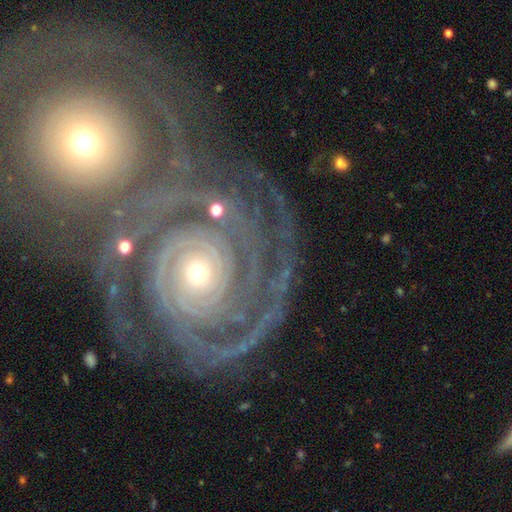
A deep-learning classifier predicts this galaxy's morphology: smooth_or_featured: featured or disk (p=0.90) [alt: star or artifact p=0.06]
disk_edge_on: no (p=0.97) [alt: yes p=0.03]
bar: no (p=0.78) [alt: weak p=0.13]
has_spiral_arms: yes (p=0.97) [alt: no p=0.03]
spiral_winding: tight (p=0.81) [alt: medium p=0.16]
spiral_arm_count: 2 (p=0.37) [alt: 3 p=0.22]
bulge_size: small (p=0.59) [alt: moderate p=0.36]
merging: none (p=0.51) [alt: merger p=0.24]